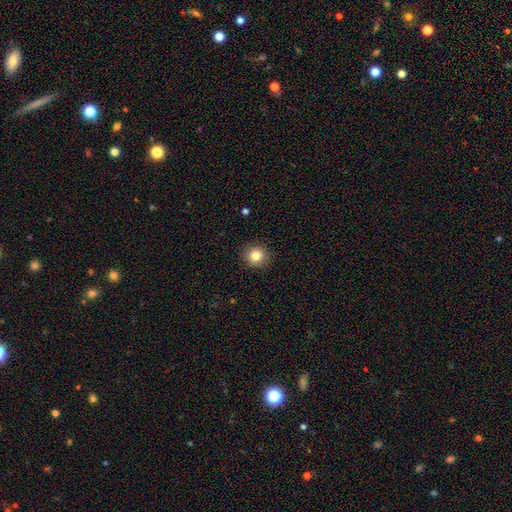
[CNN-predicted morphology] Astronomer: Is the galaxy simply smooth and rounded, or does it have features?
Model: smooth — 82%.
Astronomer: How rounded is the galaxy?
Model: round — 92%.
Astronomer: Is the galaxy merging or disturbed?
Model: none — 91%.